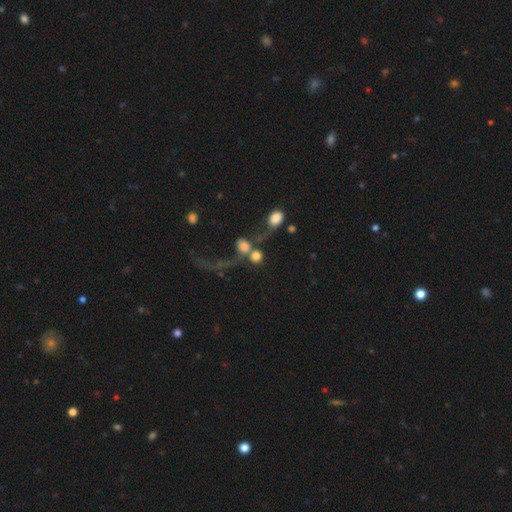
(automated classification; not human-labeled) Smooth or featured? smooth (68%)
How rounded? round (81%)
Merging? merger (55%)